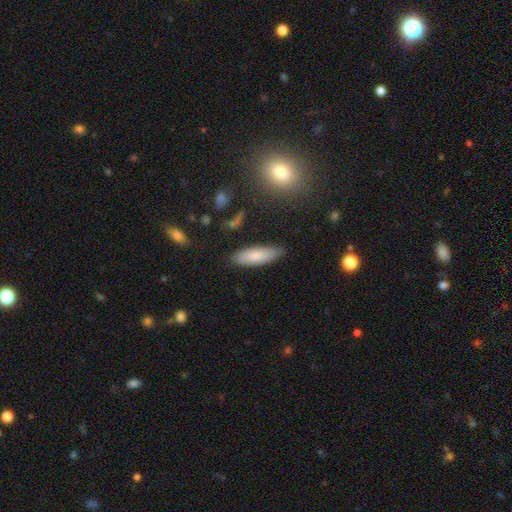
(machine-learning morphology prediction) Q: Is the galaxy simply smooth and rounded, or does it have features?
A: smooth — 78%.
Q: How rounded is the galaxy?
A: in between — 50%.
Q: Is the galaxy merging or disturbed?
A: none — 84%.